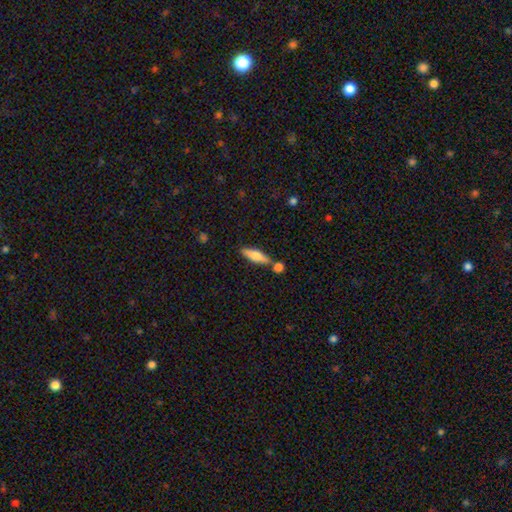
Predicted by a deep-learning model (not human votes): smooth_or_featured: smooth (p=0.63) [alt: featured or disk p=0.31]
how_rounded: cigar-shaped (p=0.57) [alt: in between p=0.41]
merging: none (p=0.71) [alt: merger p=0.15]